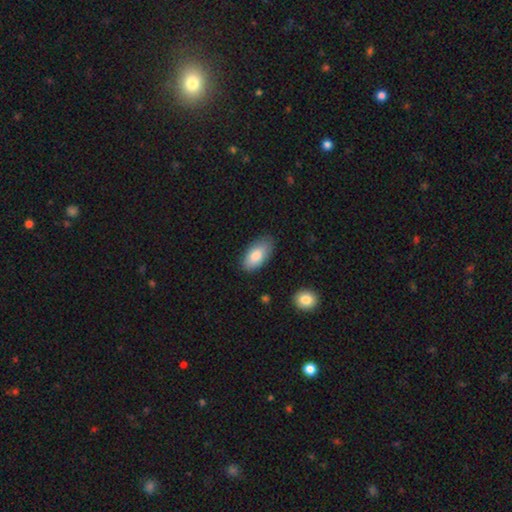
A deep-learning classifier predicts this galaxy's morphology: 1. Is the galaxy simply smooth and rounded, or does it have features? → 84% smooth, 10% featured or disk, 6% star or artifact.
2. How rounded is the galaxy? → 93% in between, 5% cigar-shaped, 2% round.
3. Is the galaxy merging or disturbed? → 79% none, 16% minor disturbance, 3% major disturbance, 2% merger.